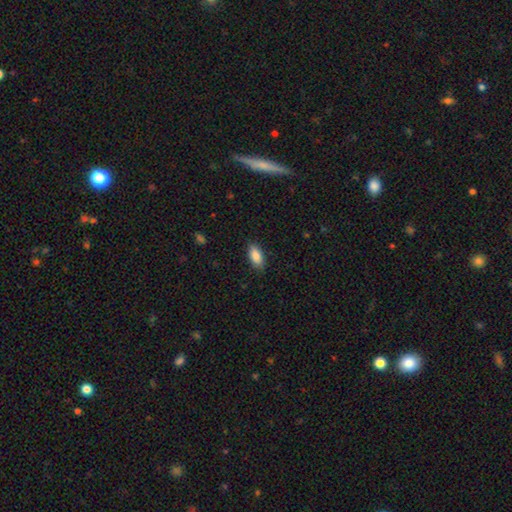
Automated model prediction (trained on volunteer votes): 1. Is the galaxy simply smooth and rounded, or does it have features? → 88% smooth, 7% star or artifact, 5% featured or disk.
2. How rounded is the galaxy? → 89% in between, 9% cigar-shaped, 2% round.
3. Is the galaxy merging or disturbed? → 86% none, 10% minor disturbance, 2% major disturbance, 1% merger.